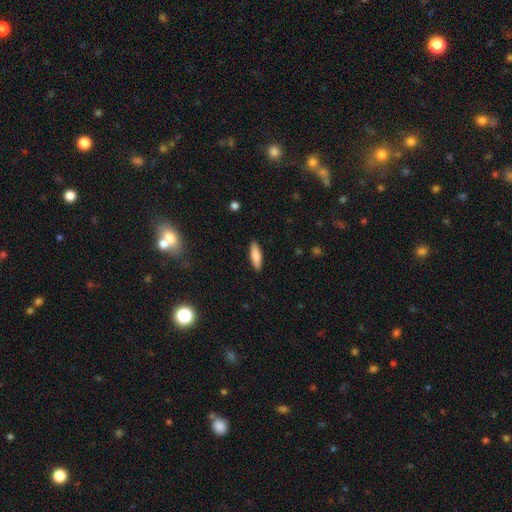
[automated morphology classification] smooth_or_featured: smooth (p=0.82) [alt: featured or disk p=0.12]
how_rounded: cigar-shaped (p=0.49) [tied with: in between p=0.49]
merging: none (p=0.90) [alt: minor disturbance p=0.08]